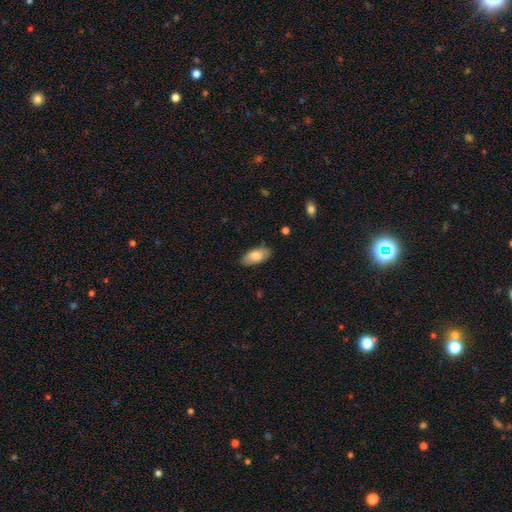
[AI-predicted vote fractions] Smooth or featured: smooth — 79% (featured or disk — 15%)
How rounded: in between — 92% (cigar-shaped — 6%)
Merging: none — 85% (minor disturbance — 11%)